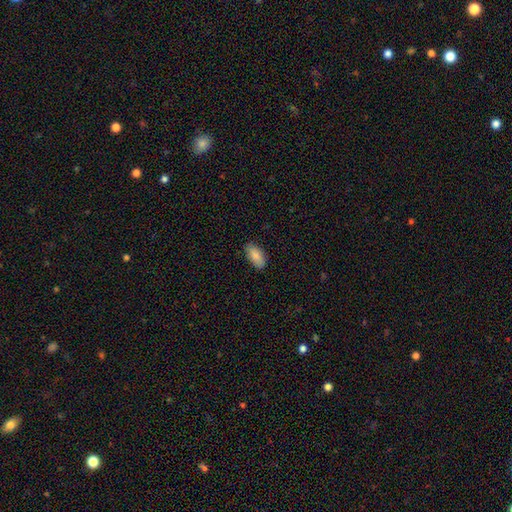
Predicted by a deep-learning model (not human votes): Q: Smooth or featured?
A: smooth (85%); runner-up: featured or disk (9%)
Q: How rounded?
A: in between (93%); runner-up: cigar-shaped (5%)
Q: Merging?
A: none (86%); runner-up: minor disturbance (11%)